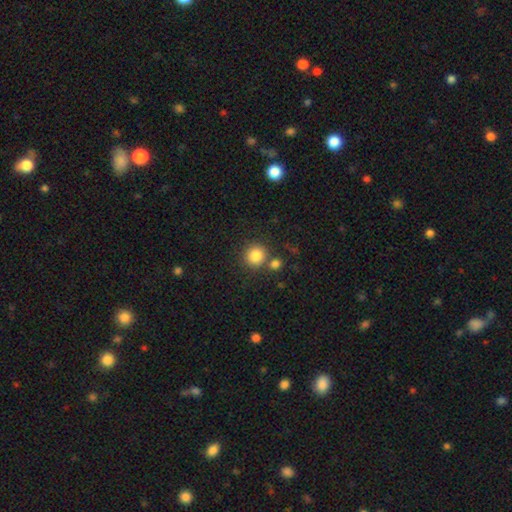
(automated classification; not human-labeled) A smooth galaxy with no disk features (84%) that is round (90%). Merging: none (75%).